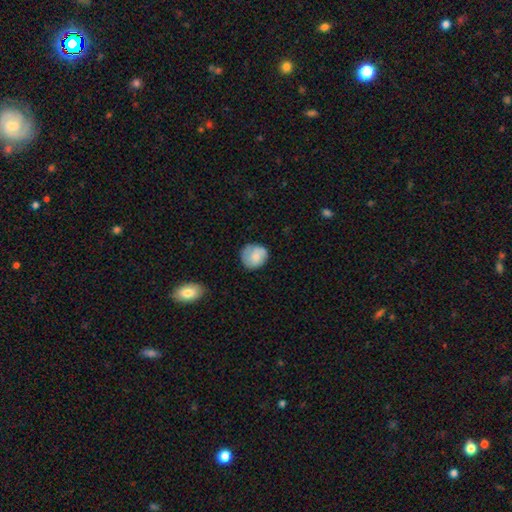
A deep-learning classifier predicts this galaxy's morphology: Smooth or featured: smooth — 74% (featured or disk — 19%)
How rounded: round — 81% (in between — 18%)
Merging: none — 70% (minor disturbance — 22%)